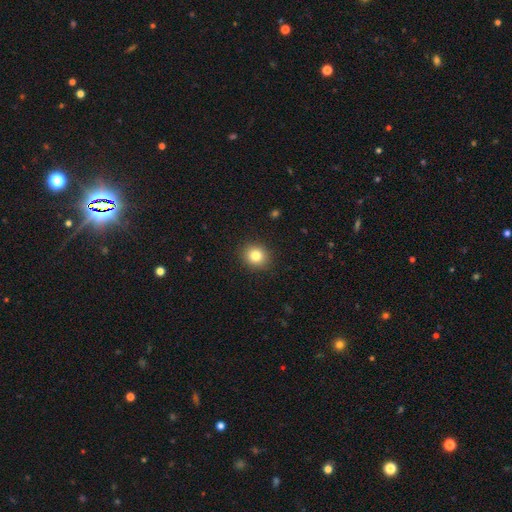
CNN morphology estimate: smooth 82%, star or artifact 11%, featured or disk 7%. Down the decision tree: how rounded — round (80%); merging — none (91%).